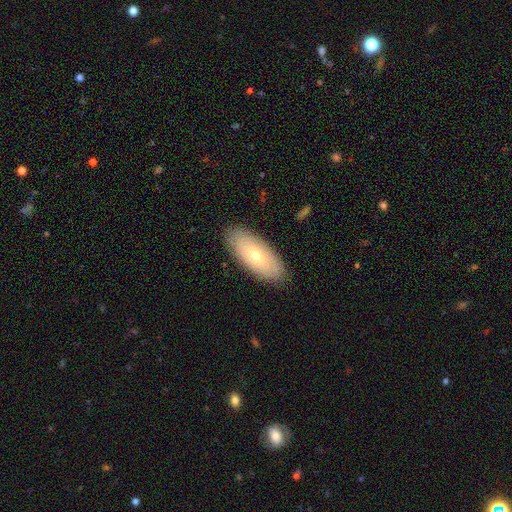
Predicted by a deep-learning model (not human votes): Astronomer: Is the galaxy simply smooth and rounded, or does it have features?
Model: smooth — 58% (runner-up: featured or disk, 36%).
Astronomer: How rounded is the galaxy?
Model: in between — 85%.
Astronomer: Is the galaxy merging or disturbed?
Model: none — 87%.